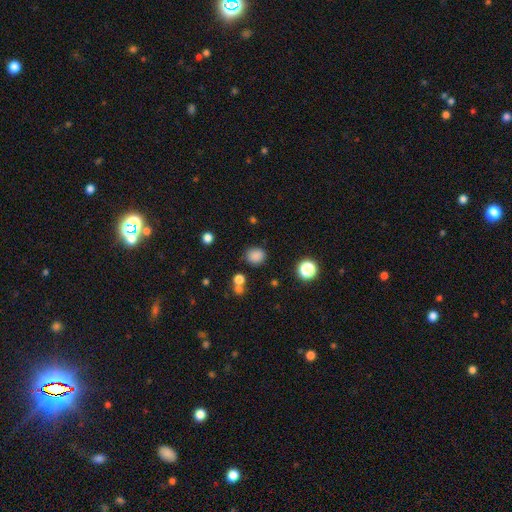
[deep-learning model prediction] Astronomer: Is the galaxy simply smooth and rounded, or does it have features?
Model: smooth — 82%.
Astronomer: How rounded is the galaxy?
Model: round — 76%.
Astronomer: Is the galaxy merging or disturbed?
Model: none — 81%.